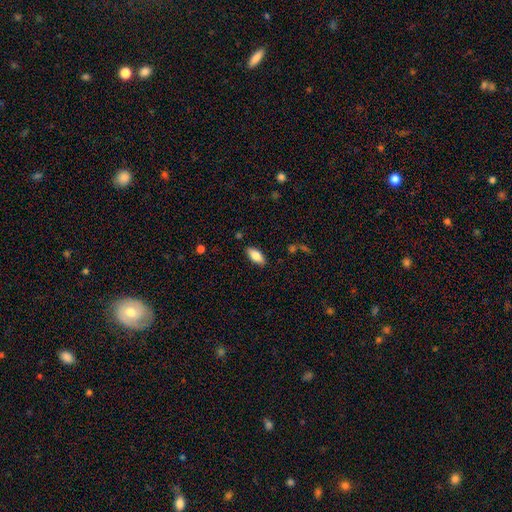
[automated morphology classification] This is likely a smooth galaxy (79%). How rounded: clearly in between (86%). Merging: clearly none (86%).